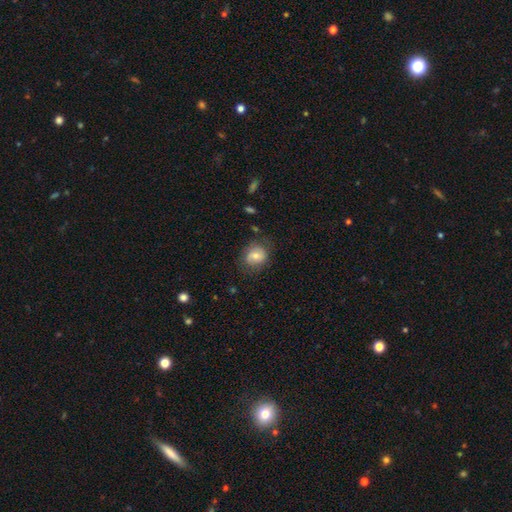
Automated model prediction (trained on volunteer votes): Morphology: type=smooth (71%); roundness=round (67%); merging=none (73%).